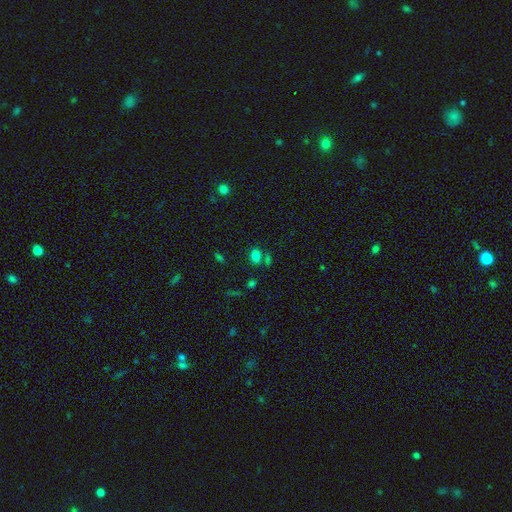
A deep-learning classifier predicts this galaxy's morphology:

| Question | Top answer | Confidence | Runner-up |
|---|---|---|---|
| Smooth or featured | smooth | 76% | star or artifact (18%) |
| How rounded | in between | 79% | round (19%) |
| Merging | none | 64% | merger (18%) |